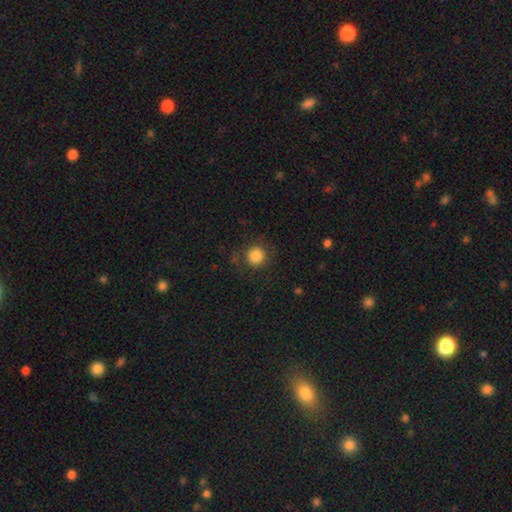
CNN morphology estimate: Smooth or featured? Predicted: smooth (p=0.85). How rounded? Predicted: round (p=0.93). Merging? Predicted: none (p=0.81).